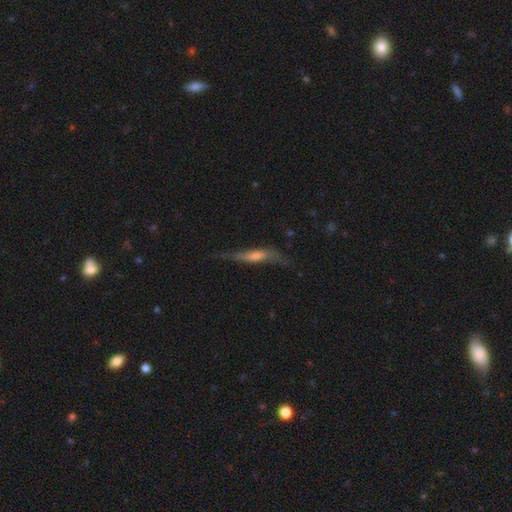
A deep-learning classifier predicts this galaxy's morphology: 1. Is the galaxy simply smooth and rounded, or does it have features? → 56% featured or disk, 36% smooth, 8% star or artifact.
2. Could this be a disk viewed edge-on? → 80% yes, 20% no.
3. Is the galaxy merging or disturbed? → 57% none, 27% minor disturbance, 13% major disturbance, 2% merger.